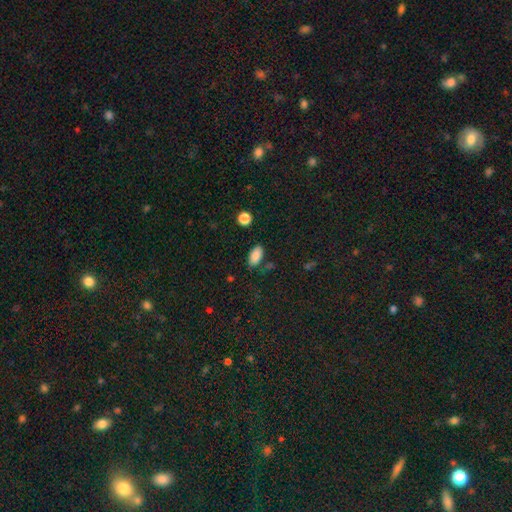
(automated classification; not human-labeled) This is clearly a smooth galaxy (86%). How rounded: clearly in between (93%). Merging: clearly none (81%).